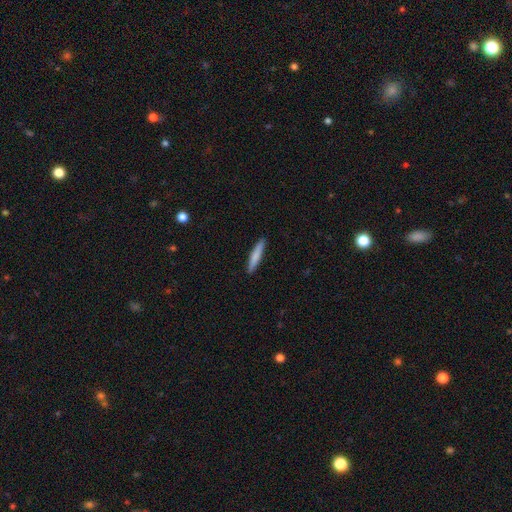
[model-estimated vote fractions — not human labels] Smooth or featured? Predicted: smooth (p=0.76). How rounded? Predicted: cigar-shaped (p=0.92). Merging? Predicted: none (p=0.91).